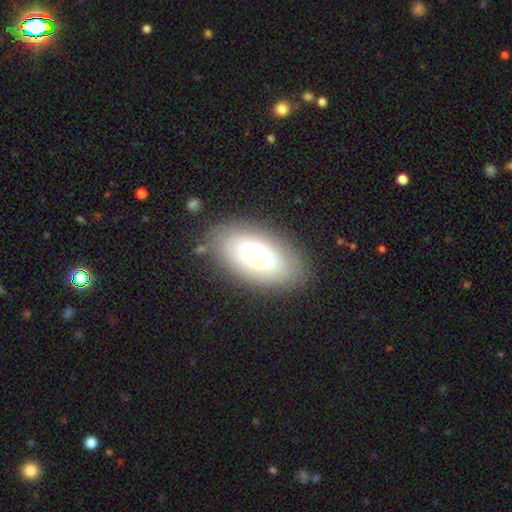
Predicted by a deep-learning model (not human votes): Q: Smooth or featured?
A: smooth (51%); runner-up: featured or disk (41%)
Q: How rounded?
A: in between (90%); runner-up: round (7%)
Q: Merging?
A: none (80%); runner-up: minor disturbance (13%)